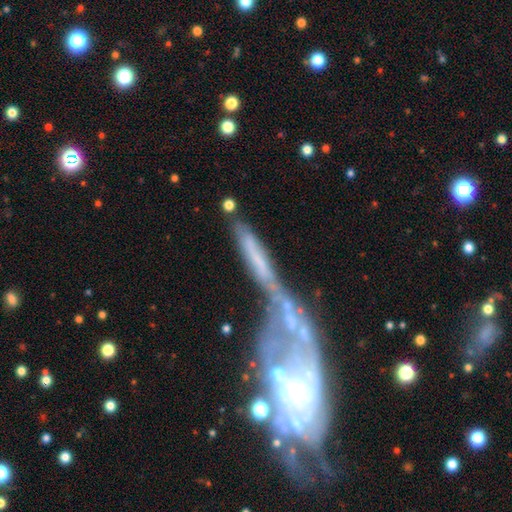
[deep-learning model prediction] Smooth or featured: featured or disk — 62% (smooth — 25%)
Edge-on disk: no — 71% (yes — 29%)
Merging: merger — 50% (major disturbance — 22%)